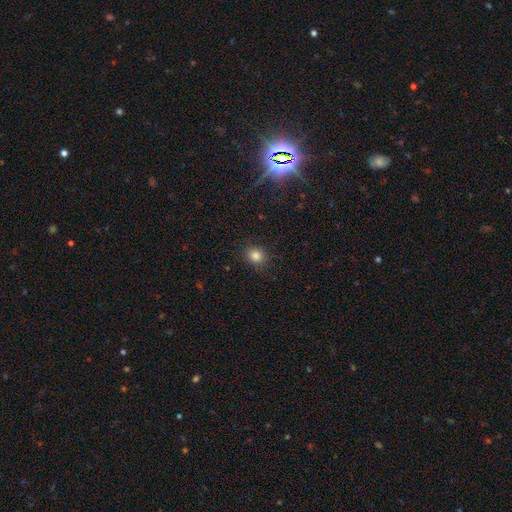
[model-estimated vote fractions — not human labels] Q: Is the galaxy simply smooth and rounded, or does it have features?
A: smooth — 83%.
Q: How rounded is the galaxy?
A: round — 78%.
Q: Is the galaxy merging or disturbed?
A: none — 88%.